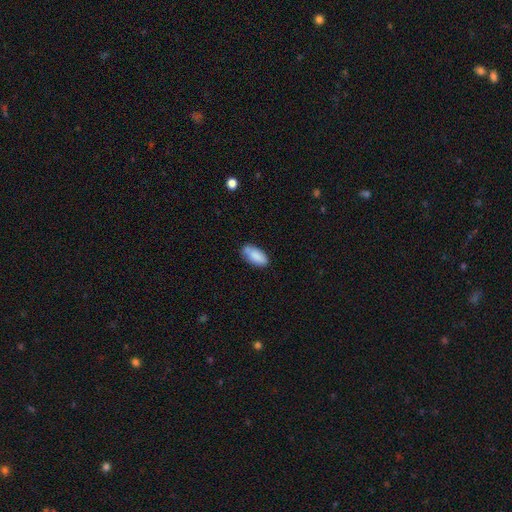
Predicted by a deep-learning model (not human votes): smooth-or-featured: smooth: 85% | featured or disk: 8% | star or artifact: 7%
  how-rounded: in between: 91% | cigar-shaped: 7% | round: 2%
  merging: none: 69% | minor disturbance: 23% | merger: 5% | major disturbance: 4%